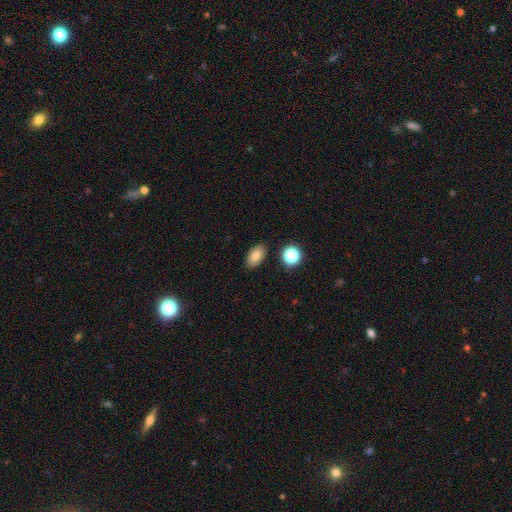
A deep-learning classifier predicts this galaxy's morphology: Overall: smooth (79%). How rounded: in between (91%). Merging: none (87%).